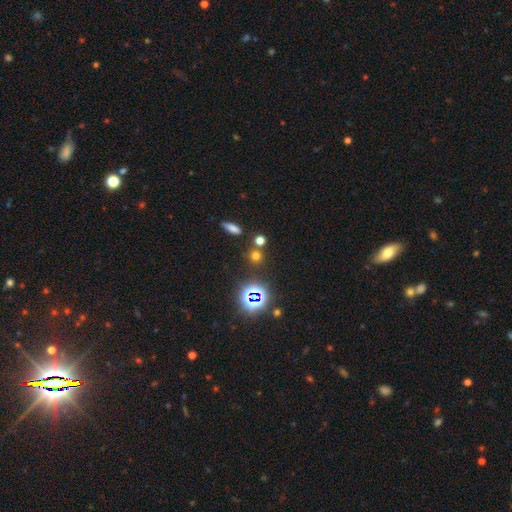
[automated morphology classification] type=smooth (61%); roundness=round (86%); merging=none (76%).